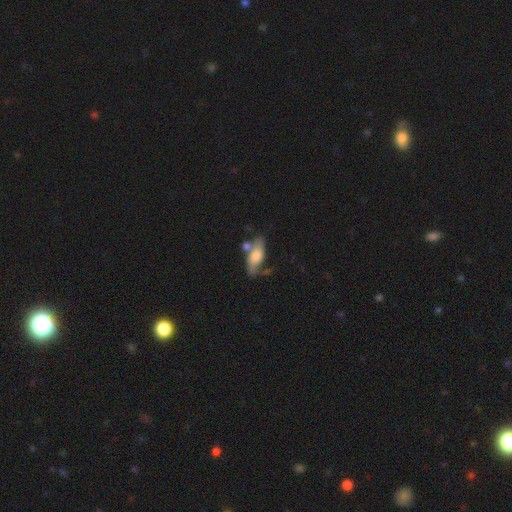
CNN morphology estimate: Q: Smooth or featured?
A: smooth (57%); runner-up: featured or disk (36%)
Q: How rounded?
A: in between (77%); runner-up: cigar-shaped (19%)
Q: Merging?
A: none (51%); runner-up: minor disturbance (23%)